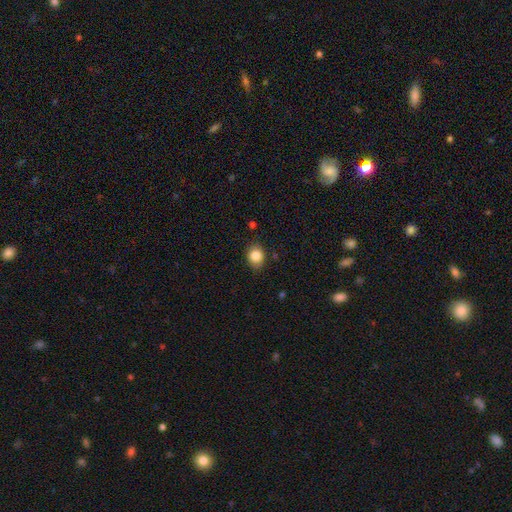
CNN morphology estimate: smooth 85%, star or artifact 9%, featured or disk 5%. Down the decision tree: how rounded — round (59%); merging — none (80%).